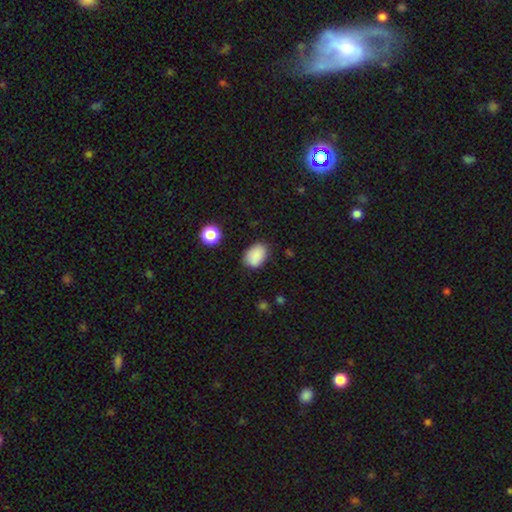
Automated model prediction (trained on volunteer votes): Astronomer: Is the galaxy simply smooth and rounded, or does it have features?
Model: smooth — 87%.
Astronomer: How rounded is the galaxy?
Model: in between — 81%.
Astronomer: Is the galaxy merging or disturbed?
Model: none — 77%.